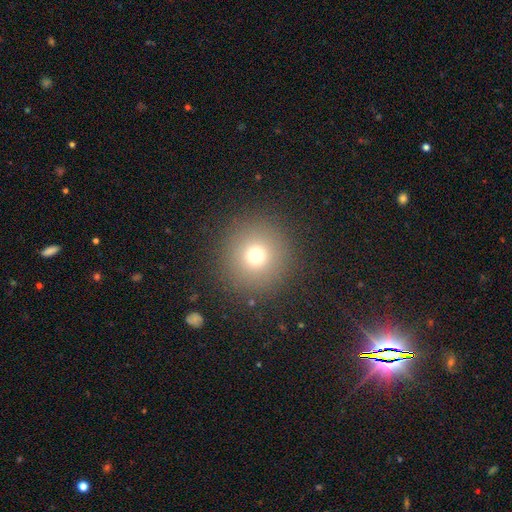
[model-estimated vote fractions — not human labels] A smooth galaxy with no disk features (71%) that is round (96%).

Vote fractions:
- Smooth or featured? smooth: 71% / star or artifact: 19% / featured or disk: 10%
- How rounded? round: 96% / in between: 3% / cigar-shaped: 1%
- Merging? none: 89% / minor disturbance: 6% / major disturbance: 4% / merger: 1%